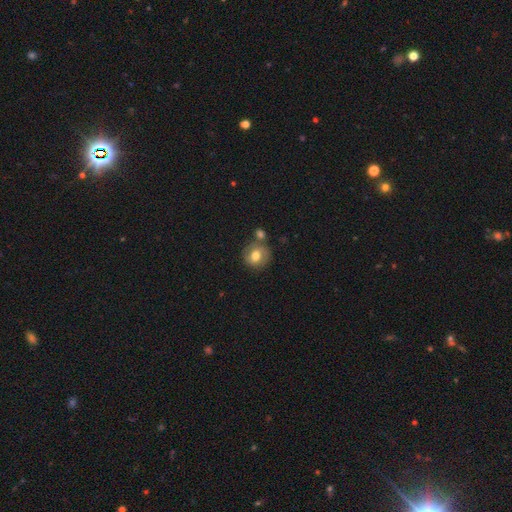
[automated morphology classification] Smooth or featured? smooth (70%)
How rounded? round (86%)
Merging? none (67%)